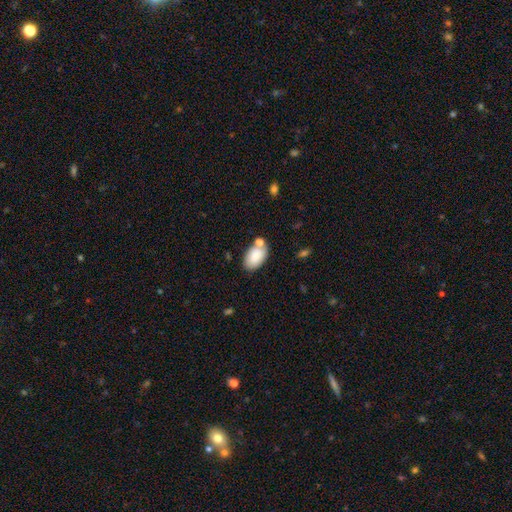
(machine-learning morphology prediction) This appears to be a smooth galaxy with no disk features (86%) that is in between round and cigar-shaped (93%). Merging: none (64%).